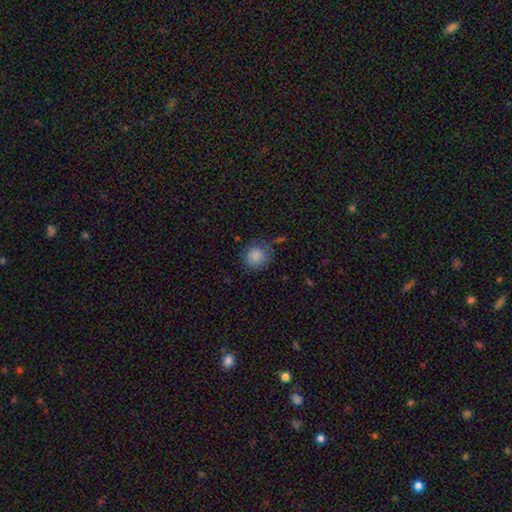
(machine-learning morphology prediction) Overall: smooth (86%). How rounded: round (85%). Merging: none (70%).